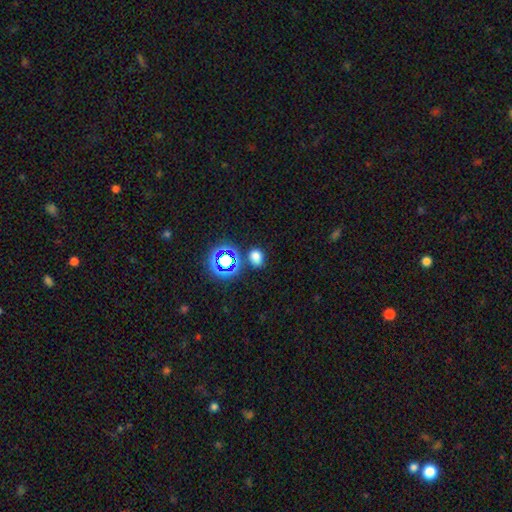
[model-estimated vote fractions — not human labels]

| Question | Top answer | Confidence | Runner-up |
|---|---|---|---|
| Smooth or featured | smooth | 70% | star or artifact (24%) |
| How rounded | in between | 53% | round (45%) |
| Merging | none | 76% | minor disturbance (12%) |